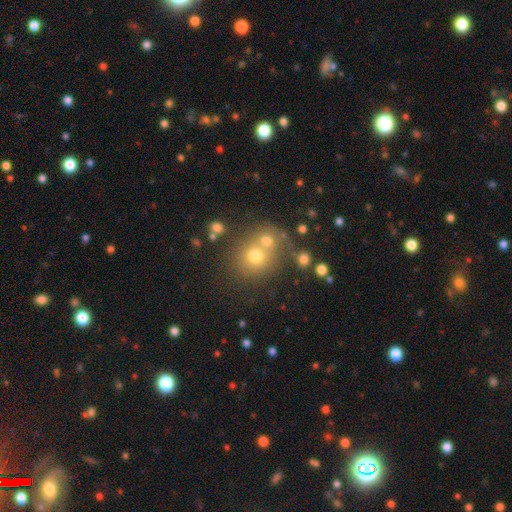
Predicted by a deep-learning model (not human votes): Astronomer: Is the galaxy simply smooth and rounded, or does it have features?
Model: smooth — 68%.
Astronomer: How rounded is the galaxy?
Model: round — 80%.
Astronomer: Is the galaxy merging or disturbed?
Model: none — 47% (runner-up: merger, 41%).